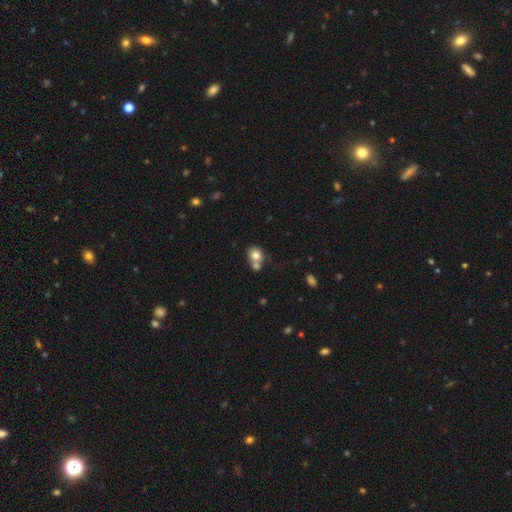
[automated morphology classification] Smooth or featured: smooth — 77% (featured or disk — 13%)
How rounded: round — 74% (in between — 25%)
Merging: merger — 48% (none — 38%)